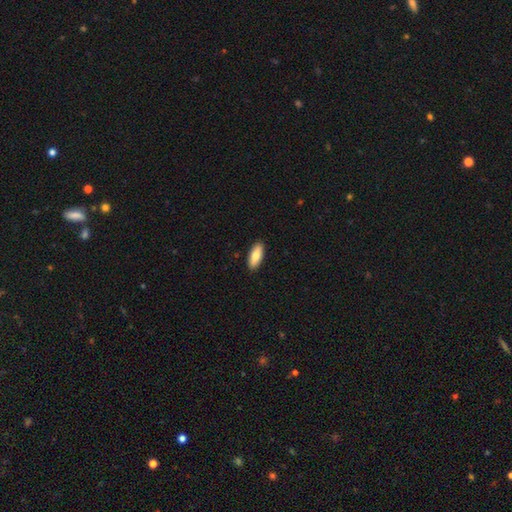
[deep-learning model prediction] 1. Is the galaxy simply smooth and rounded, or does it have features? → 80% smooth, 14% featured or disk, 6% star or artifact.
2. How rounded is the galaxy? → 74% in between, 24% cigar-shaped, 2% round.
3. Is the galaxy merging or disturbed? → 90% none, 7% minor disturbance, 2% major disturbance, 1% merger.